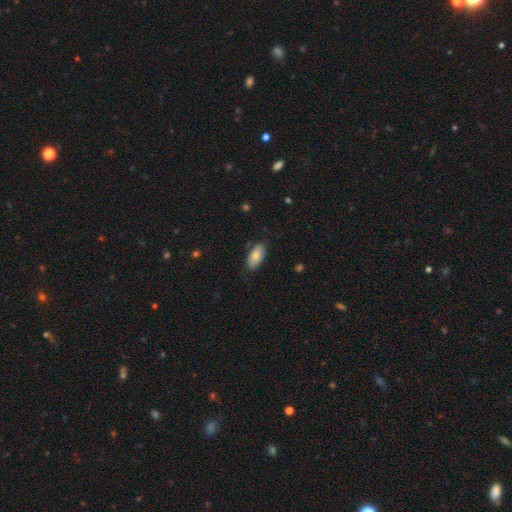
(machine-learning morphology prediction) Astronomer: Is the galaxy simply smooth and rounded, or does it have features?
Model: smooth — 80%.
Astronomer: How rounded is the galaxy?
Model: in between — 89%.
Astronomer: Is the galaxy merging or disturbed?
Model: none — 80%.